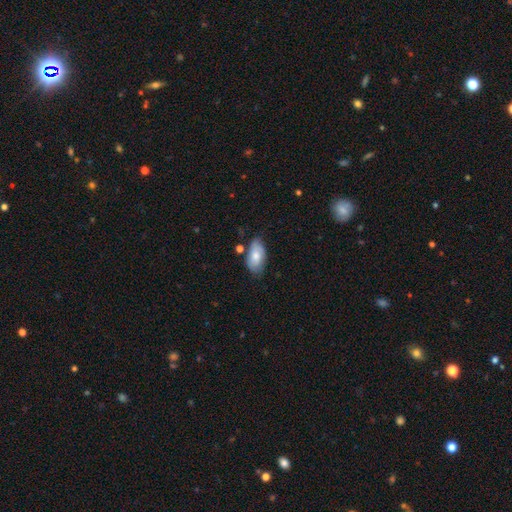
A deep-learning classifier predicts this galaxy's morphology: A smooth galaxy with no disk features (69%) that is in between round and cigar-shaped (93%).

Vote fractions:
- Smooth or featured? smooth: 69% / featured or disk: 25% / star or artifact: 7%
- How rounded? in between: 93% / round: 4% / cigar-shaped: 3%
- Merging? none: 64% / minor disturbance: 25% / merger: 6% / major disturbance: 5%